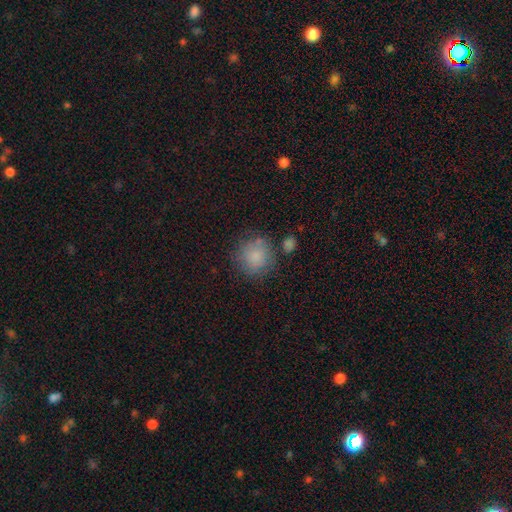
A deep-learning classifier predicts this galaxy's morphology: This is clearly a smooth galaxy (82%). How rounded: clearly round (88%). Merging: likely none (69%).